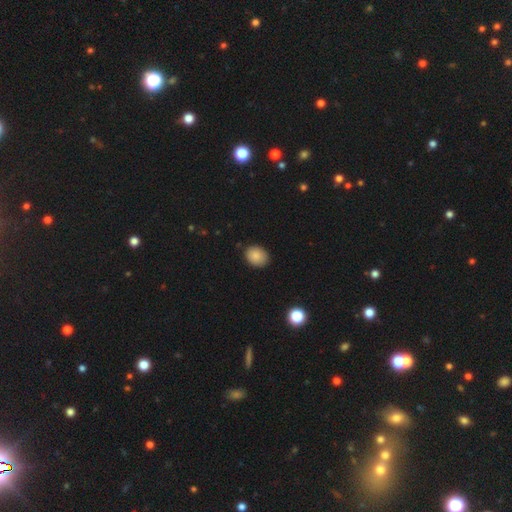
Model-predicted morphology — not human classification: Smooth or featured? Predicted: smooth (p=0.86). How rounded? Predicted: round (p=0.52). Merging? Predicted: none (p=0.87).